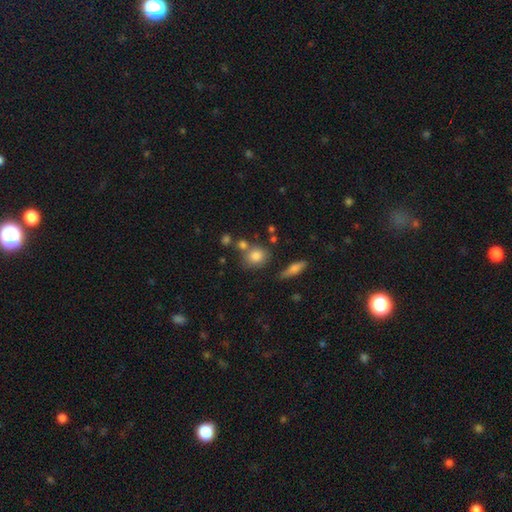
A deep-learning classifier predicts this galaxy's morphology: Q: Smooth or featured?
A: smooth (80%); runner-up: featured or disk (10%)
Q: How rounded?
A: round (72%); runner-up: in between (26%)
Q: Merging?
A: none (63%); runner-up: merger (17%)